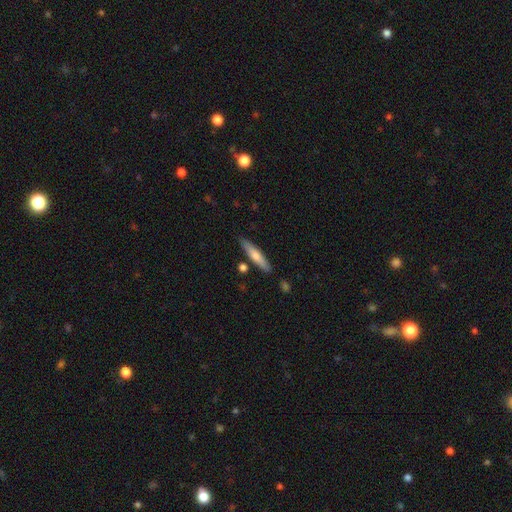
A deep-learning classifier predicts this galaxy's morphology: Smooth or featured? smooth (63%)
How rounded? cigar-shaped (85%)
Merging? none (85%)